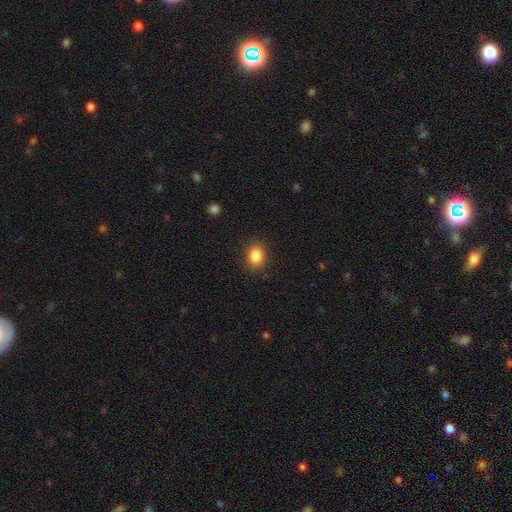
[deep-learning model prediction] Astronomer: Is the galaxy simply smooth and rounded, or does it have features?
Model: smooth — 86%.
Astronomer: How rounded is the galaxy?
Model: in between — 61% (runner-up: round, 38%).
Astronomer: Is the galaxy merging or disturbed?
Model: none — 88%.